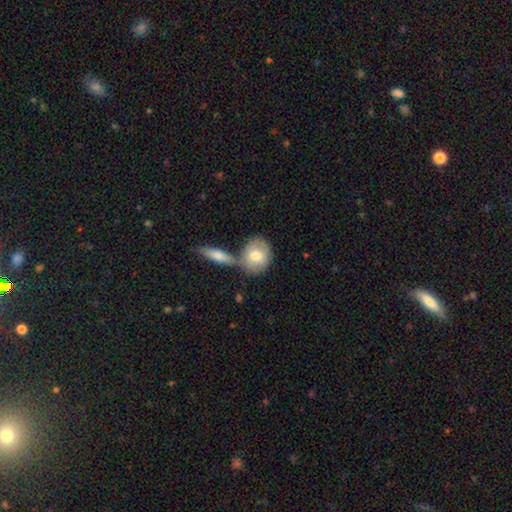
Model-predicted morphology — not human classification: Smooth or featured? smooth (72%)
How rounded? round (72%)
Merging? none (51%)